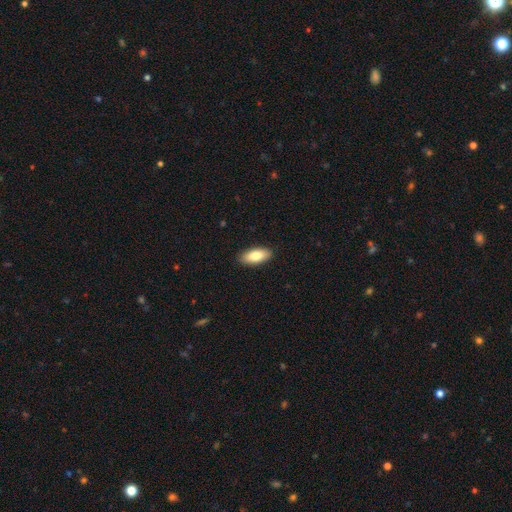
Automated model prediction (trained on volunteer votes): smooth_or_featured: smooth (p=0.83) [alt: featured or disk p=0.11]
how_rounded: in between (p=0.87) [alt: cigar-shaped p=0.11]
merging: none (p=0.90) [alt: minor disturbance p=0.08]